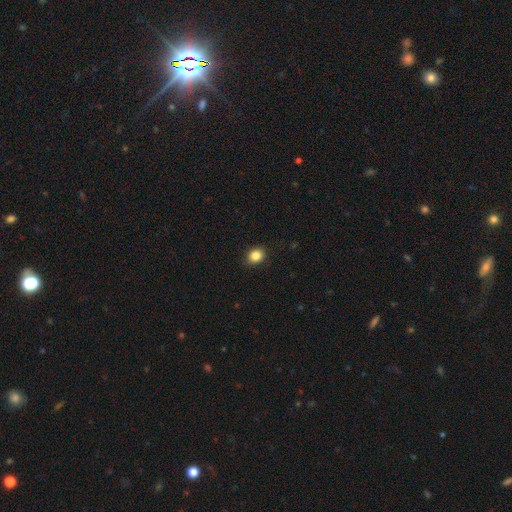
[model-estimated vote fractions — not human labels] A smooth galaxy with no disk features (86%) that is round (57%). Merging: none (88%).